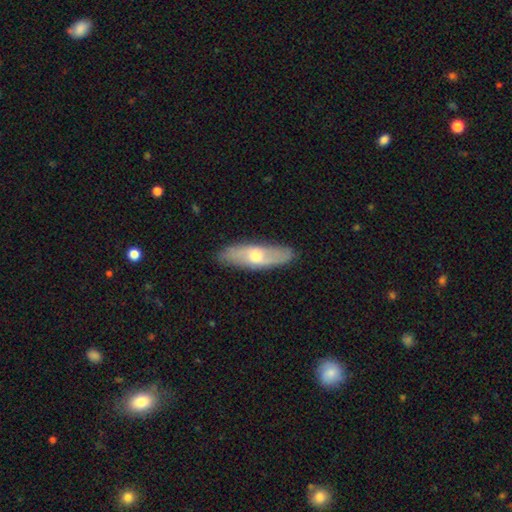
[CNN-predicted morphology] Smooth or featured? Predicted: featured or disk (p=0.48). Merging? Predicted: none (p=0.87).